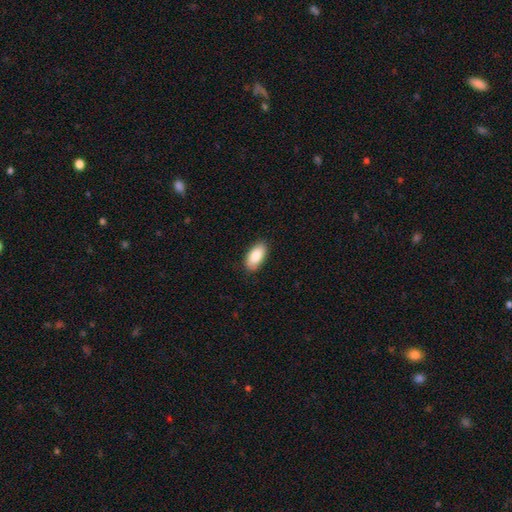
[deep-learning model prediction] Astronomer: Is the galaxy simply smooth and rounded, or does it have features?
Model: smooth — 86%.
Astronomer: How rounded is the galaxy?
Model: in between — 93%.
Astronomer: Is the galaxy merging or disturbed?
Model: none — 87%.